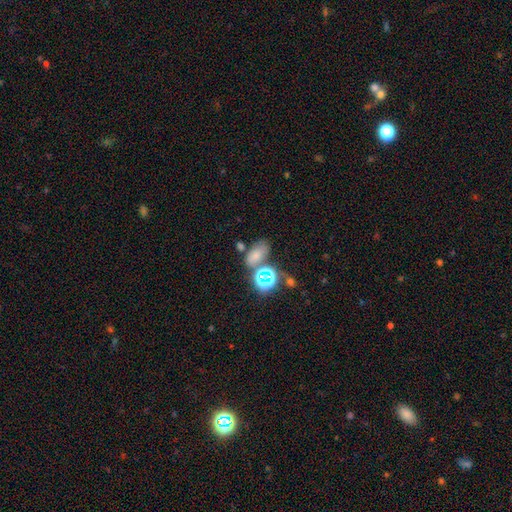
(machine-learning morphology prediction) Smooth or featured?
  - smooth: 63% *
  - star or artifact: 26%
  - featured or disk: 11%
How rounded?
  - in between: 85% *
  - round: 12%
  - cigar-shaped: 3%
Merging?
  - none: 52% *
  - merger: 22%
  - minor disturbance: 17%
  - major disturbance: 9%